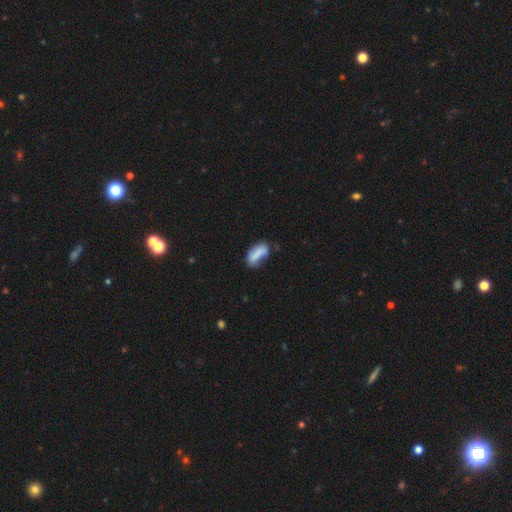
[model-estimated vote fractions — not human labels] This appears to be a smooth galaxy with no disk features (77%) that is in between round and cigar-shaped (76%). Merging: none (51%).